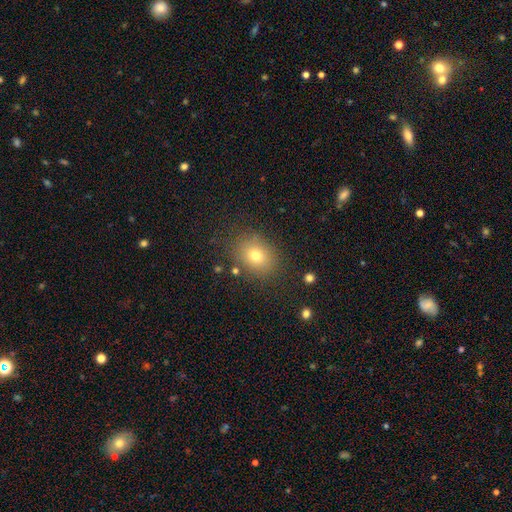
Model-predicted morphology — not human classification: smooth-or-featured: smooth: 75% | star or artifact: 13% | featured or disk: 12%
  how-rounded: in between: 52% | round: 47% | cigar-shaped: 1%
  merging: none: 83% | minor disturbance: 11% | major disturbance: 4% | merger: 2%